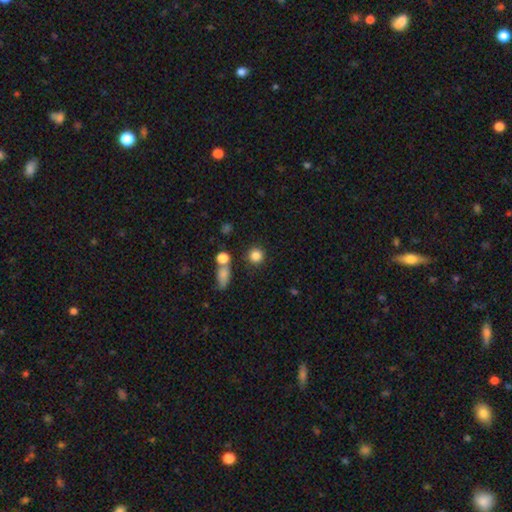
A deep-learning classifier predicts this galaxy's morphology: Overall: smooth (83%). How rounded: round (91%). Merging: none (81%).